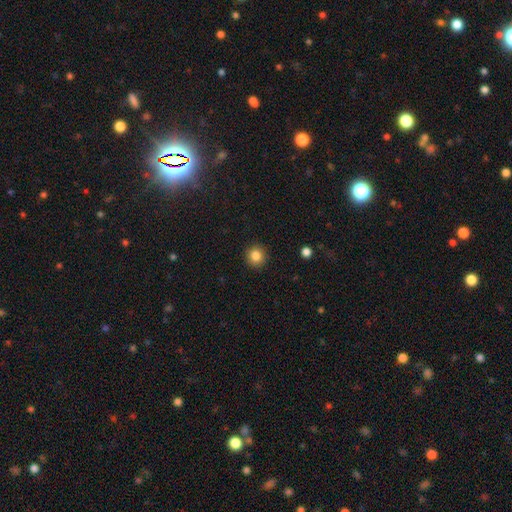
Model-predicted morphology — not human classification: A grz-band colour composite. It shows a smooth galaxy with no disk features (84%) that is round (93%). Merging: none (92%).